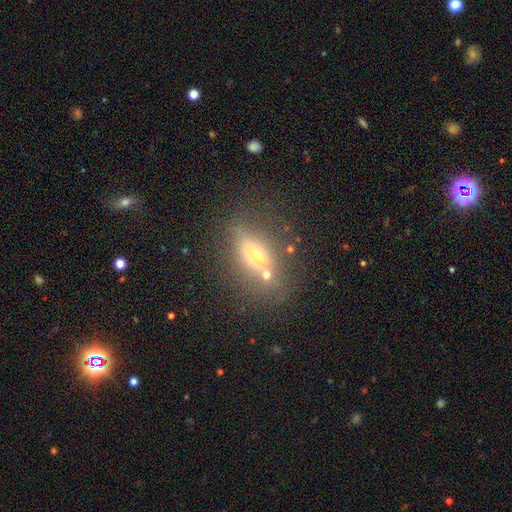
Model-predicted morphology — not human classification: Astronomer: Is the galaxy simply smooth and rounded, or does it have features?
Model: smooth — 54% (runner-up: featured or disk, 30%).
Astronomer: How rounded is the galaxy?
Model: in between — 69%.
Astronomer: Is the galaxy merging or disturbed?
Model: none — 56%.